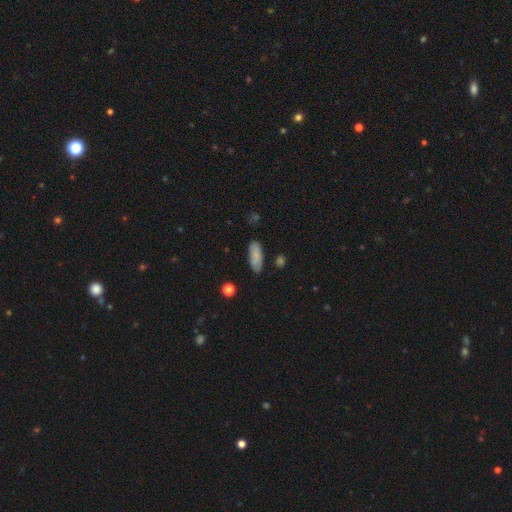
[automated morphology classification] Smooth or featured? smooth (77%)
How rounded? in between (79%)
Merging? none (76%)